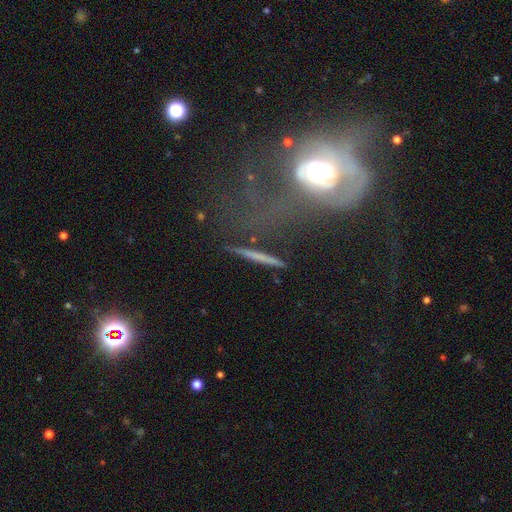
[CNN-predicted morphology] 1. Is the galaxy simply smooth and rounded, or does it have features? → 50% featured or disk, 34% smooth, 16% star or artifact.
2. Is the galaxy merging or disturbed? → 70% none, 14% minor disturbance, 9% major disturbance, 7% merger.